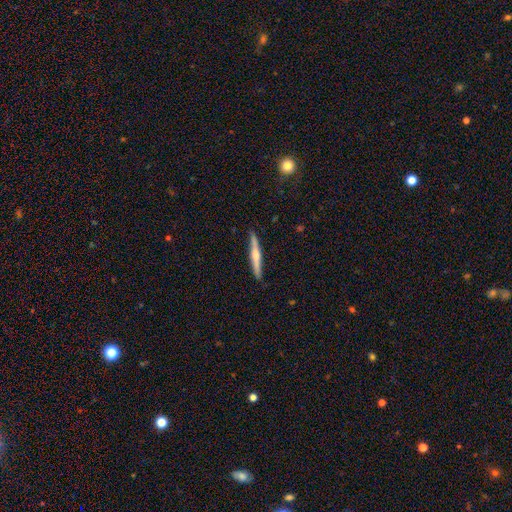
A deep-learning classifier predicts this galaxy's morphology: Smooth or featured? Predicted: featured or disk (p=0.59). Edge-on disk? Predicted: yes (p=0.97). Edge-on bulge? Predicted: rounded (p=0.79). Merging? Predicted: none (p=0.89).